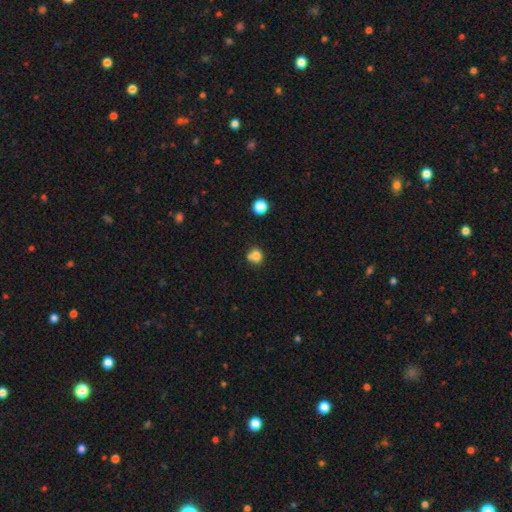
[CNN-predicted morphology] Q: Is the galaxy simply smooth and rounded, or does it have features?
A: smooth — 77%.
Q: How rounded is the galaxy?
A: round — 77%.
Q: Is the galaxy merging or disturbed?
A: none — 50%.